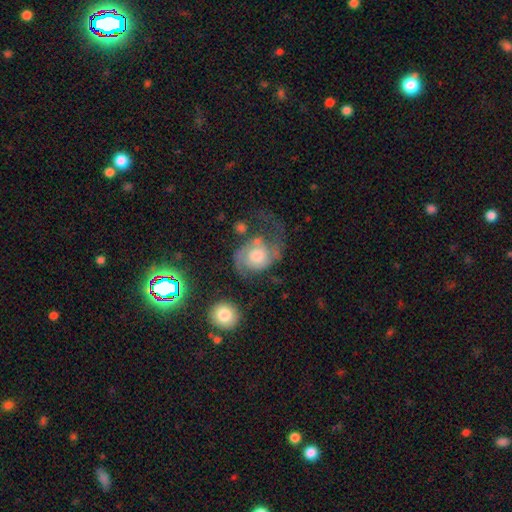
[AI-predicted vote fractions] Q: Smooth or featured?
A: featured or disk (71%); runner-up: smooth (21%)
Q: Edge-on disk?
A: no (97%); runner-up: yes (3%)
Q: Bar?
A: no (75%); runner-up: weak (21%)
Q: Spiral arms?
A: yes (89%); runner-up: no (11%)
Q: Spiral winding?
A: medium (43%); runner-up: loose (34%)
Q: Spiral arm count?
A: 2 (73%); runner-up: 1 (14%)
Q: Bulge size?
A: moderate (52%); runner-up: large (23%)
Q: Merging?
A: major disturbance (41%); runner-up: none (34%)